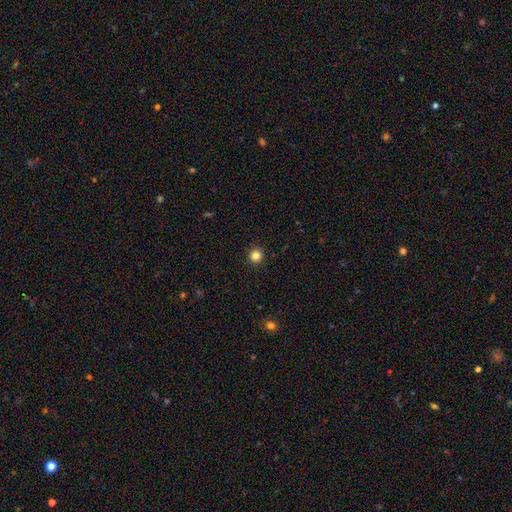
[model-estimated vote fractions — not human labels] smooth-or-featured: smooth: 84% | star or artifact: 12% | featured or disk: 4%
  how-rounded: round: 95% | in between: 4% | cigar-shaped: 1%
  merging: none: 94% | minor disturbance: 4% | major disturbance: 1% | merger: 1%